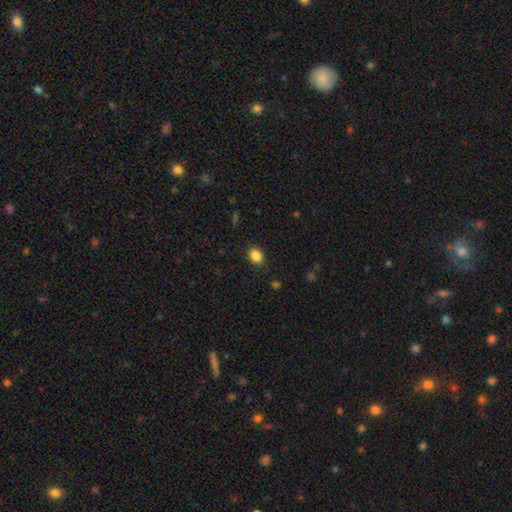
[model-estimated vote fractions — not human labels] Smooth or featured?
  - smooth: 87% *
  - star or artifact: 10%
  - featured or disk: 4%
How rounded?
  - in between: 54% *
  - round: 45%
  - cigar-shaped: 1%
Merging?
  - none: 86% *
  - minor disturbance: 10%
  - major disturbance: 3%
  - merger: 1%